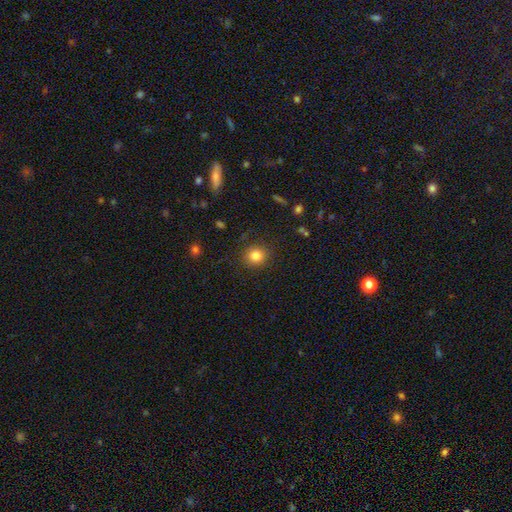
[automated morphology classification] A smooth galaxy with no disk features (83%) that is round (89%). Merging: none (89%).